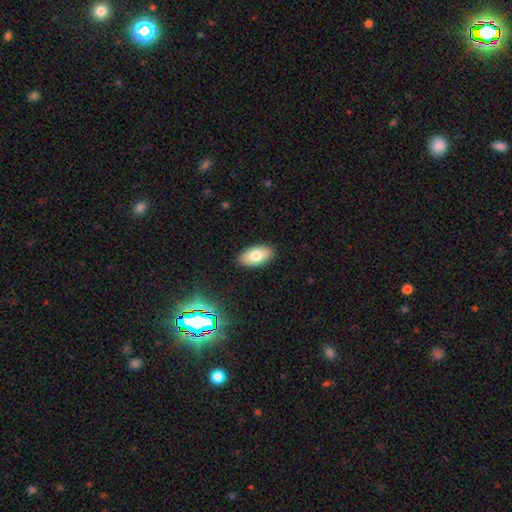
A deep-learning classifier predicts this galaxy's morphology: type=smooth (78%); roundness=in between (94%); merging=none (89%).